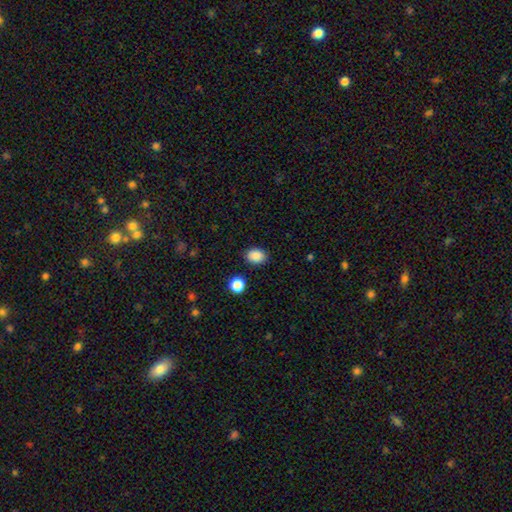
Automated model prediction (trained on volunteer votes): Smooth or featured? smooth (88%)
How rounded? in between (64%)
Merging? none (86%)